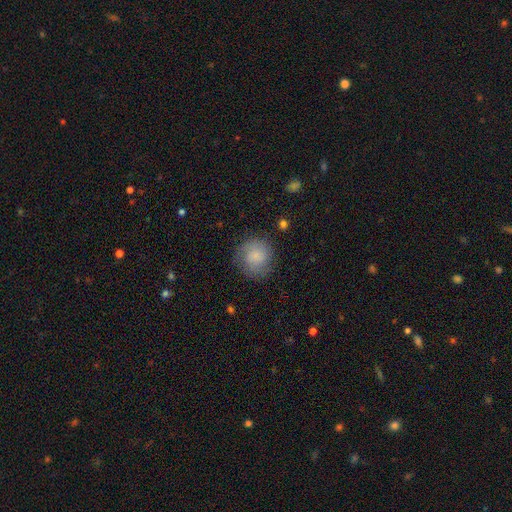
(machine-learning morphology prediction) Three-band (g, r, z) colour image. It shows a smooth galaxy with no disk features (70%) that is round (91%). Merging: none (77%).